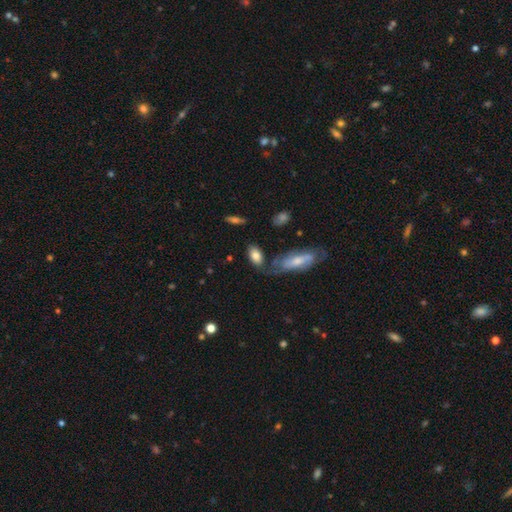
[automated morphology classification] smooth_or_featured: smooth (p=0.78) [alt: featured or disk p=0.15]
how_rounded: in between (p=0.89) [alt: cigar-shaped p=0.06]
merging: none (p=0.59) [alt: minor disturbance p=0.21]